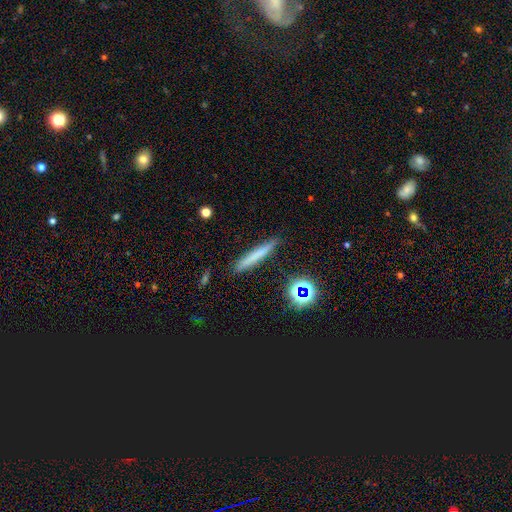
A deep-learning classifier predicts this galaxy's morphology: Smooth or featured? Predicted: smooth (p=0.65). How rounded? Predicted: cigar-shaped (p=0.95). Merging? Predicted: none (p=0.87).